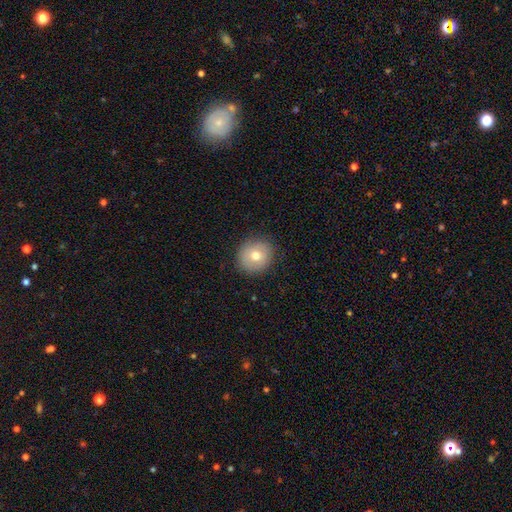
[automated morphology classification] Smooth or featured?
  - smooth: 69% *
  - featured or disk: 21%
  - star or artifact: 10%
How rounded?
  - round: 87% *
  - in between: 12%
  - cigar-shaped: 1%
Merging?
  - none: 87% *
  - minor disturbance: 10%
  - major disturbance: 3%
  - merger: 1%